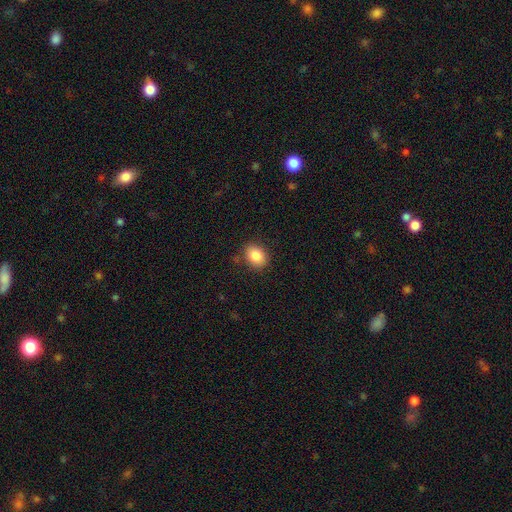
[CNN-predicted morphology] A smooth galaxy with no disk features (85%) that is in between round and cigar-shaped (59%).

Vote fractions:
- Smooth or featured? smooth: 85% / star or artifact: 9% / featured or disk: 6%
- How rounded? in between: 59% / round: 40% / cigar-shaped: 1%
- Merging? none: 84% / minor disturbance: 11% / major disturbance: 3% / merger: 1%